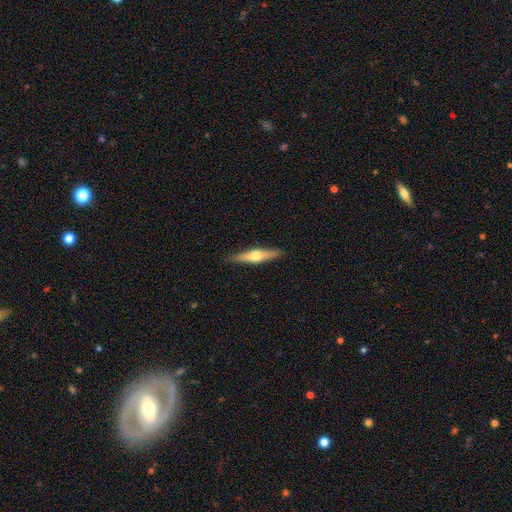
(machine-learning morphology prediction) Smooth or featured? Predicted: featured or disk (p=0.50). Merging? Predicted: none (p=0.89).